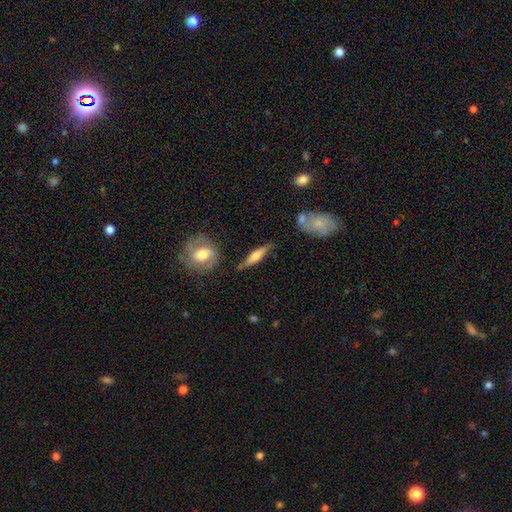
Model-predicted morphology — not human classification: This is possibly a smooth galaxy (55%). How rounded: likely cigar-shaped (72%). Merging: likely none (76%).